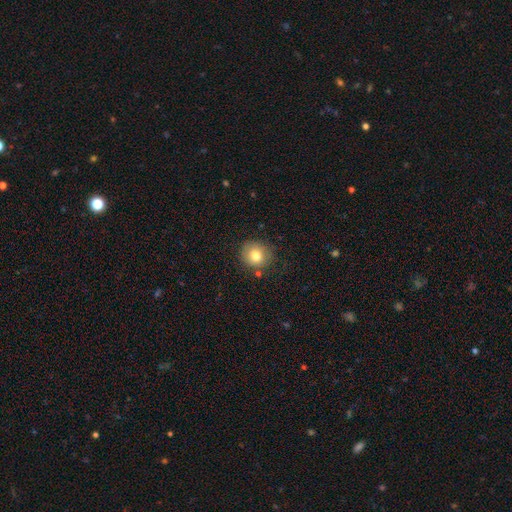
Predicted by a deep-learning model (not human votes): A smooth galaxy with no disk features (79%) that is round (85%). Merging: none (81%).